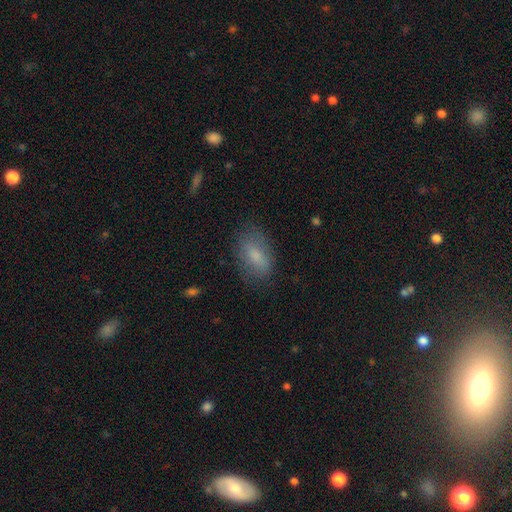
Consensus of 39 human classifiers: smooth_or_featured: smooth (p=0.82) [alt: featured or disk p=0.13]
how_rounded: in between (p=0.81) [alt: round p=0.09]
merging: none (p=0.76) [alt: major disturbance p=0.16]